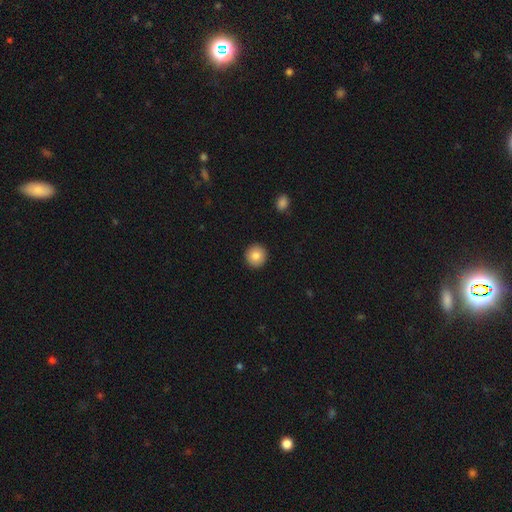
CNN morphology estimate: type=smooth (85%); roundness=round (94%); merging=none (93%).